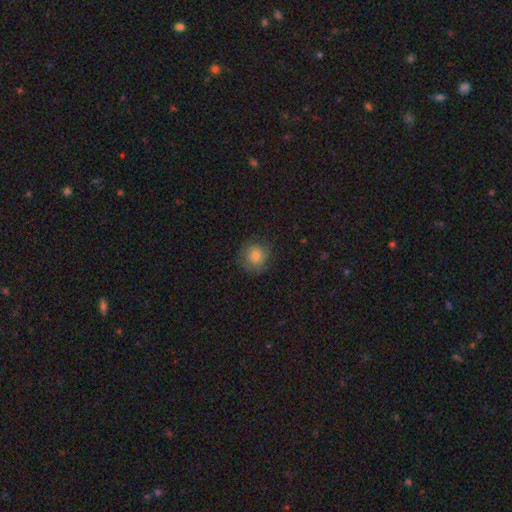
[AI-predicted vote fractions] Smooth or featured?
  - smooth: 80% *
  - featured or disk: 10%
  - star or artifact: 10%
How rounded?
  - round: 88% *
  - in between: 11%
  - cigar-shaped: 1%
Merging?
  - none: 80% *
  - minor disturbance: 14%
  - major disturbance: 5%
  - merger: 1%